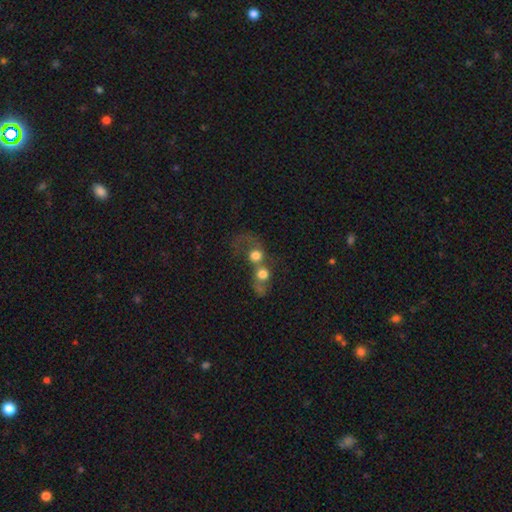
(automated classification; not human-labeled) smooth 64%, featured or disk 23%, star or artifact 13%. Down the decision tree: how rounded — round (77%); merging — merger (71%).